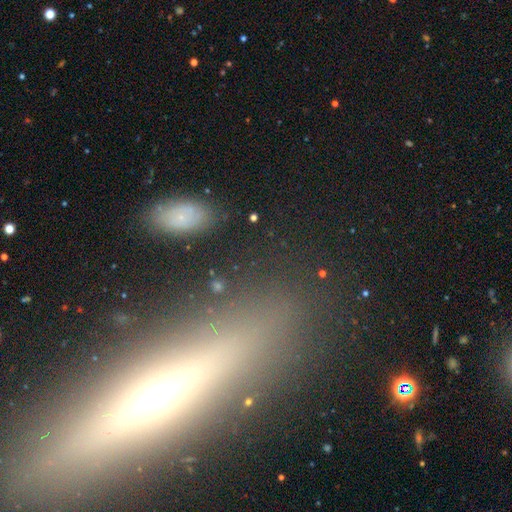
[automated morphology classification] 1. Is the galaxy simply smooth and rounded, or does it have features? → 44% featured or disk, 36% smooth, 20% star or artifact.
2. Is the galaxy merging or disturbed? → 77% none, 12% minor disturbance, 7% major disturbance, 4% merger.